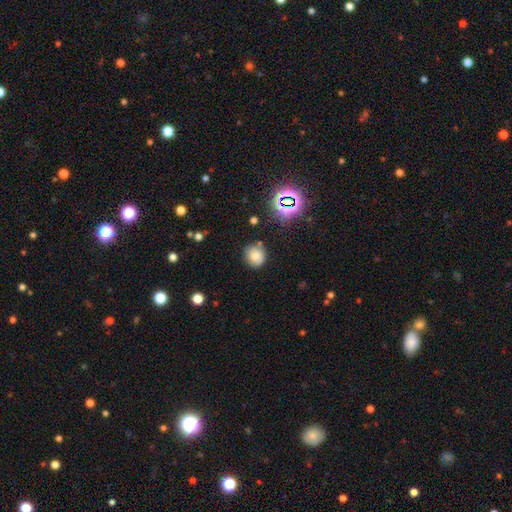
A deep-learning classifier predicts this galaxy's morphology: Smooth or featured? Predicted: smooth (p=0.71). How rounded? Predicted: round (p=0.82). Merging? Predicted: none (p=0.76).